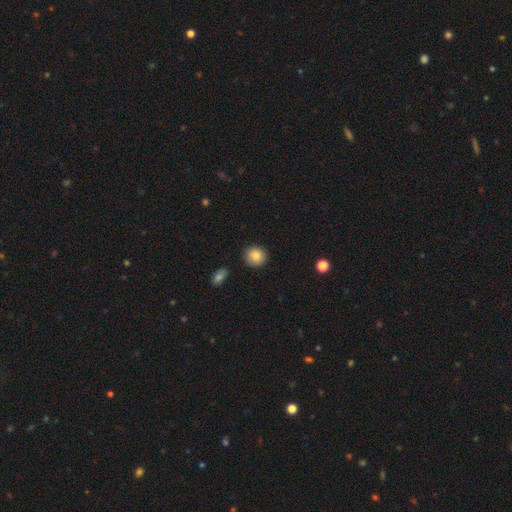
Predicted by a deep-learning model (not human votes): Overall: smooth (86%). How rounded: round (89%). Merging: none (89%).